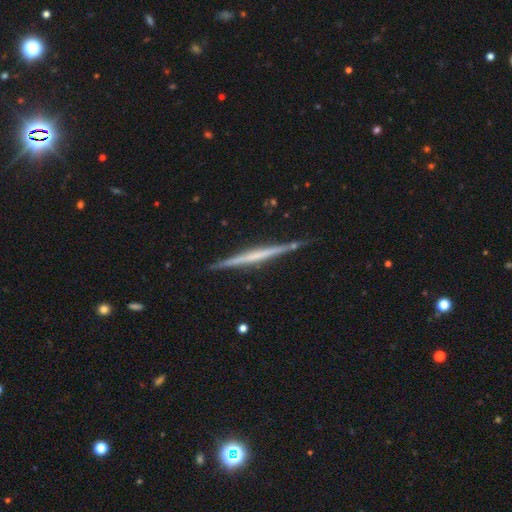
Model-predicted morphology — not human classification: Overall: featured or disk (72%). Edge-on disk: yes (98%). Edge-on bulge: none (70%). Merging: none (89%).